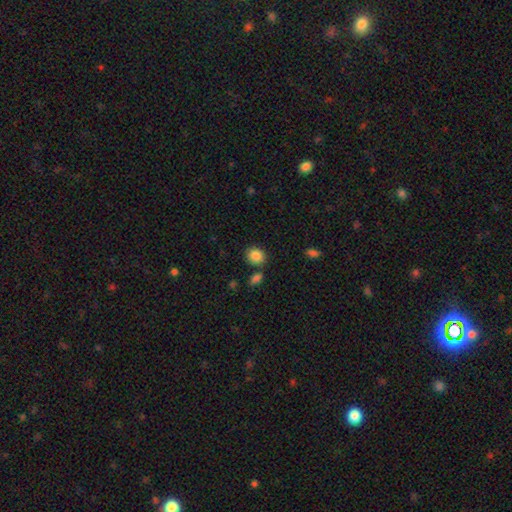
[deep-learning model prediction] A smooth galaxy with no disk features (86%) that is round (67%). Merging: none (78%).